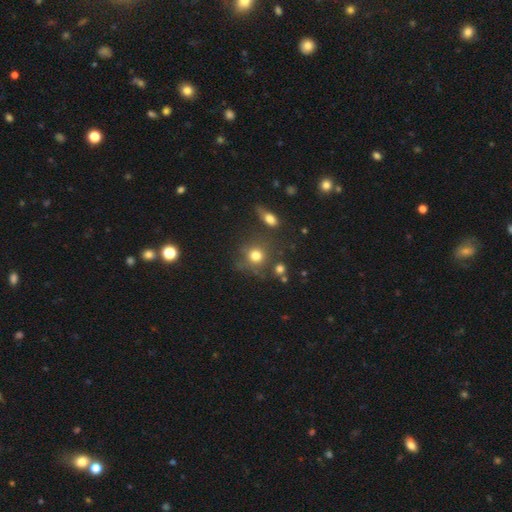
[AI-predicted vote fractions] Overall: smooth (75%). How rounded: round (86%). Merging: none (68%).